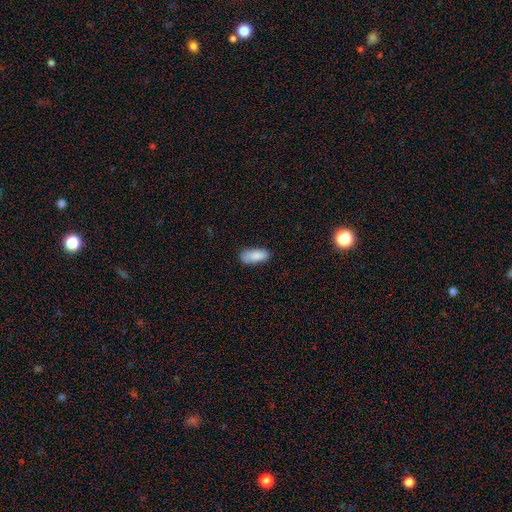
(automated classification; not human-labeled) Smooth or featured: smooth — 87% (star or artifact — 7%)
How rounded: in between — 84% (cigar-shaped — 14%)
Merging: none — 74% (minor disturbance — 20%)